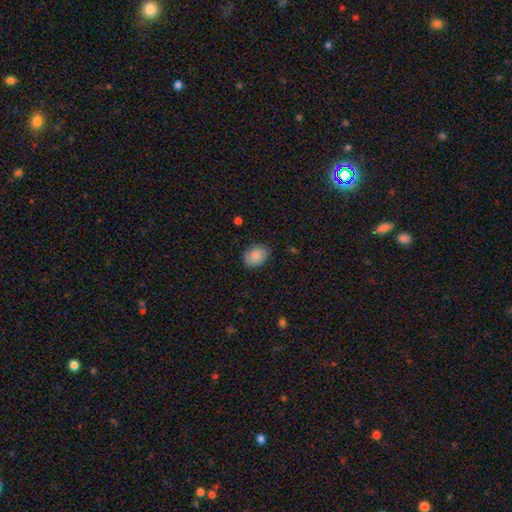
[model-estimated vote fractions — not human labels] This is clearly a smooth galaxy (80%). How rounded: likely in between (67%). Merging: likely none (79%).